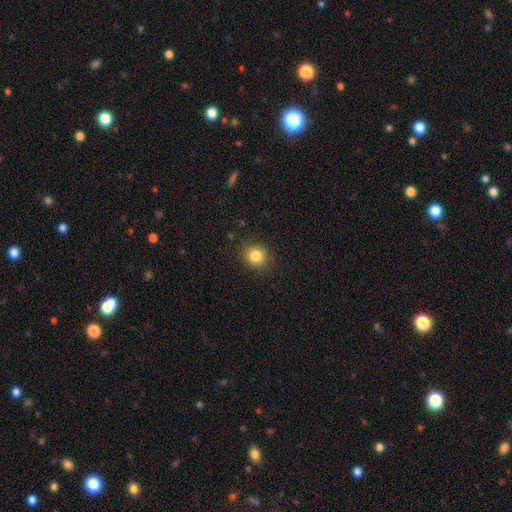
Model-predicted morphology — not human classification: Smooth or featured?
  - smooth: 84% *
  - star or artifact: 11%
  - featured or disk: 5%
How rounded?
  - round: 81% *
  - in between: 18%
  - cigar-shaped: 1%
Merging?
  - none: 89% *
  - minor disturbance: 8%
  - major disturbance: 2%
  - merger: 1%